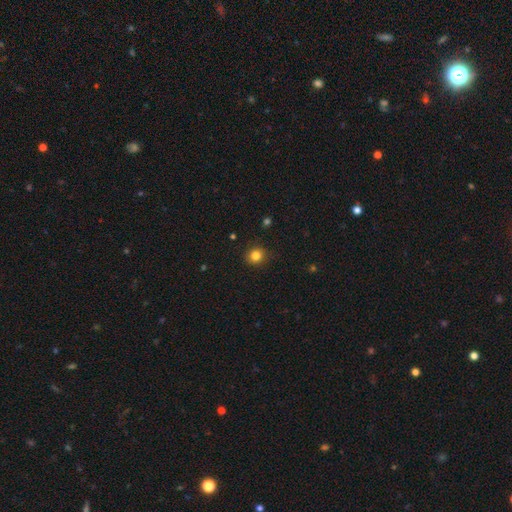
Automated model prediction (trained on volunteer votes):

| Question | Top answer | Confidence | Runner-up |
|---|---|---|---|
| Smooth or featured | smooth | 83% | star or artifact (12%) |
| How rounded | round | 86% | in between (13%) |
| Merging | none | 89% | minor disturbance (8%) |